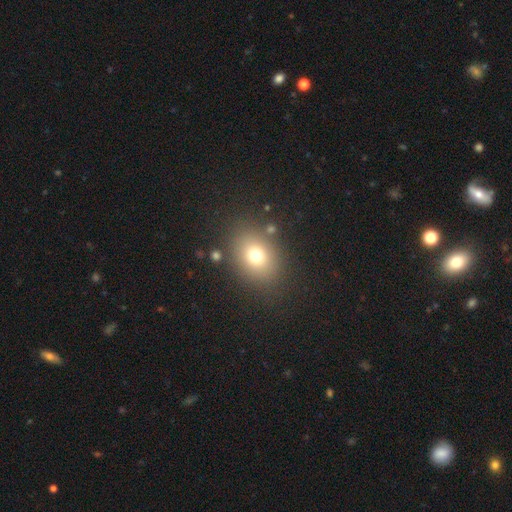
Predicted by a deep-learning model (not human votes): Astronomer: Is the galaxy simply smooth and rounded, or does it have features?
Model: smooth — 74%.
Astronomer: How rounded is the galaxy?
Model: in between — 54% (runner-up: round, 45%).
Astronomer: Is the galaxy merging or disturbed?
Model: none — 82%.